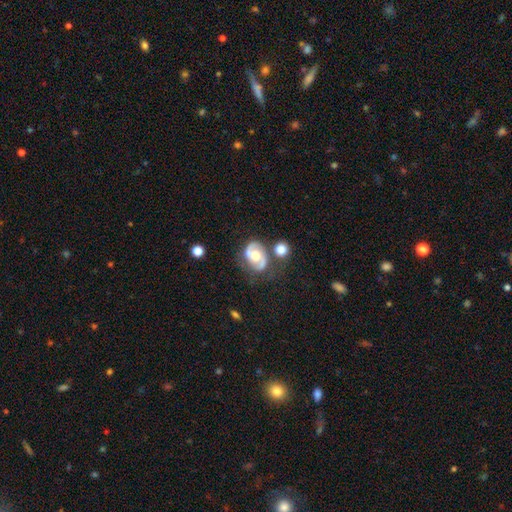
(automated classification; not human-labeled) The model was most divided on "spiral winding": medium: 49%, tight: 30%, loose: 21%. More confident: edge-on disk — no (97%); spiral arm count — 2 (87%); spiral arms — yes (85%); smooth or featured — featured or disk (77%); bulge size — moderate (74%); bar — no (65%); merging — none (61%).